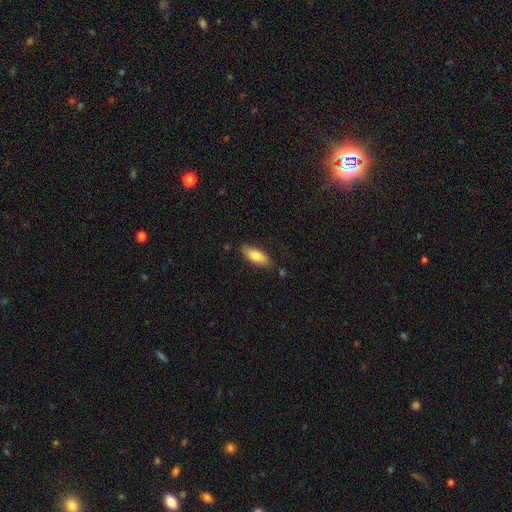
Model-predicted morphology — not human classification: This appears to be a smooth galaxy with no disk features (78%) that is in between round and cigar-shaped (75%). Merging: none (79%).